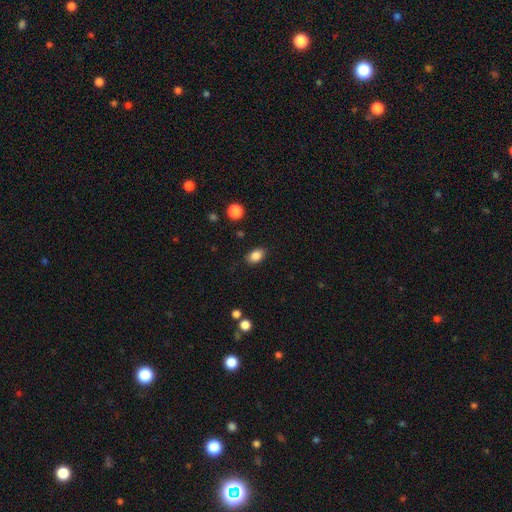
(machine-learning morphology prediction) Smooth or featured? Predicted: smooth (p=0.86). How rounded? Predicted: in between (p=0.79). Merging? Predicted: none (p=0.85).